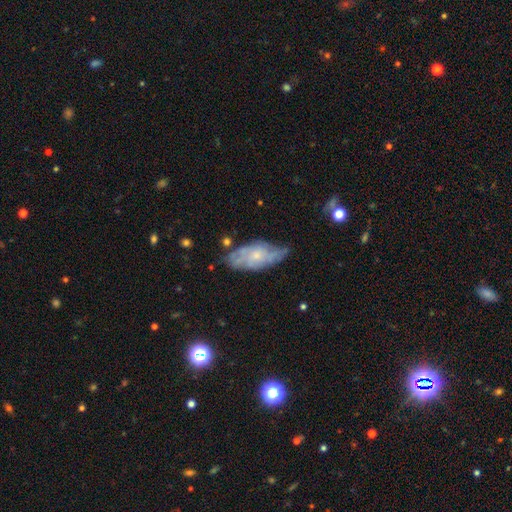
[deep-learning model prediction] Morphology: type=featured or disk (63%); edge-on=no (88%); bar=no (78%); spiral arms=yes (72%); bulge=small (63%); merging=none (57%).